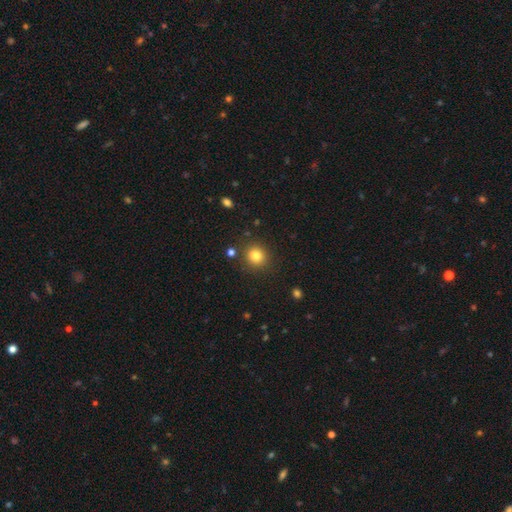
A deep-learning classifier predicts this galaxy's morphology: The model was most divided on "how rounded": round: 81%, in between: 18%, cigar-shaped: 1%. More confident: merging — none (83%); smooth or featured — smooth (81%).